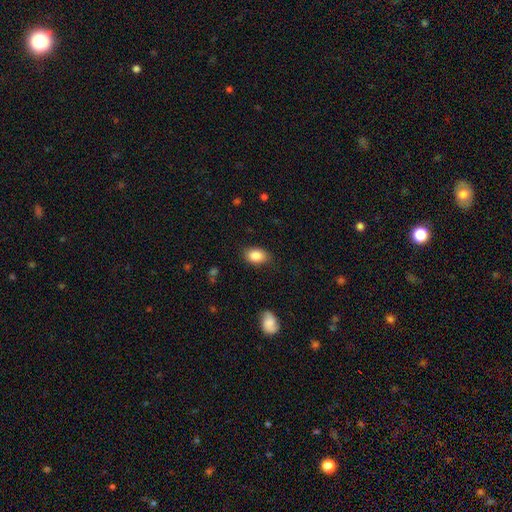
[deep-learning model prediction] smooth-or-featured: smooth: 87% | star or artifact: 8% | featured or disk: 6%
  how-rounded: in between: 84% | round: 14% | cigar-shaped: 1%
  merging: none: 81% | minor disturbance: 14% | major disturbance: 3% | merger: 1%